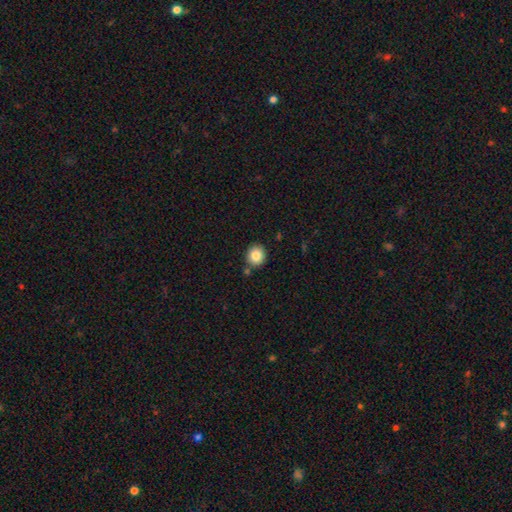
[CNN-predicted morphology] smooth-or-featured: smooth: 84% | star or artifact: 9% | featured or disk: 6%
  how-rounded: round: 86% | in between: 13% | cigar-shaped: 1%
  merging: none: 83% | minor disturbance: 9% | merger: 6% | major disturbance: 2%